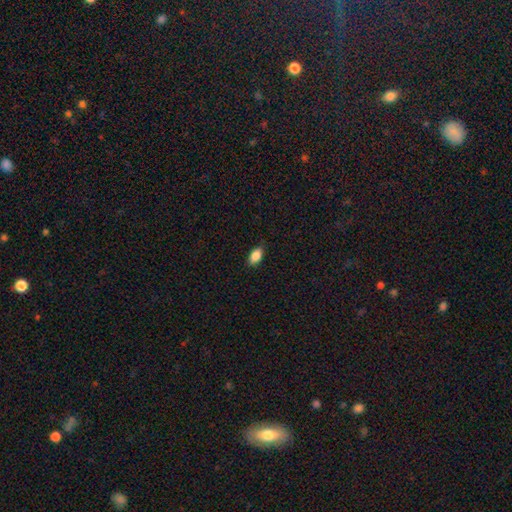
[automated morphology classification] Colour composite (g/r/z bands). It shows a smooth galaxy with no disk features (87%) that is in between round and cigar-shaped (90%). Merging: none (85%).